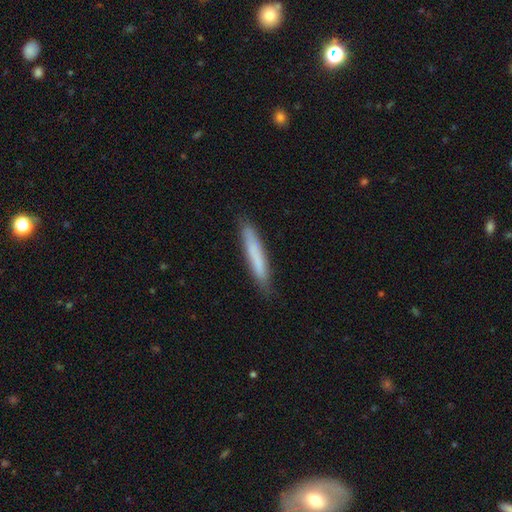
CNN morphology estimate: smooth-or-featured: smooth: 74% | featured or disk: 20% | star or artifact: 6%
  how-rounded: cigar-shaped: 94% | in between: 5% | round: 1%
  merging: none: 85% | minor disturbance: 11% | major disturbance: 2% | merger: 1%